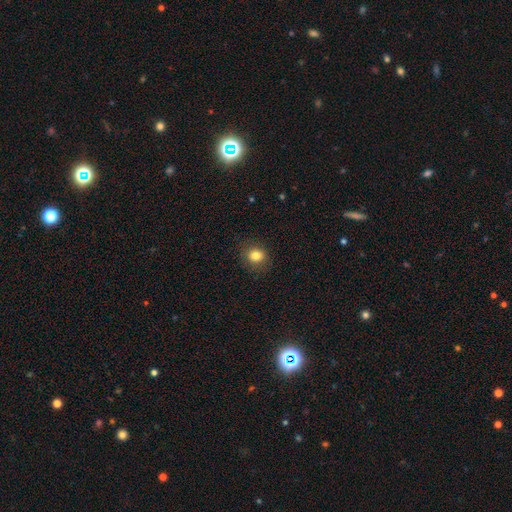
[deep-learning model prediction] Q: Smooth or featured?
A: smooth (83%); runner-up: star or artifact (11%)
Q: How rounded?
A: round (69%); runner-up: in between (30%)
Q: Merging?
A: none (86%); runner-up: minor disturbance (10%)